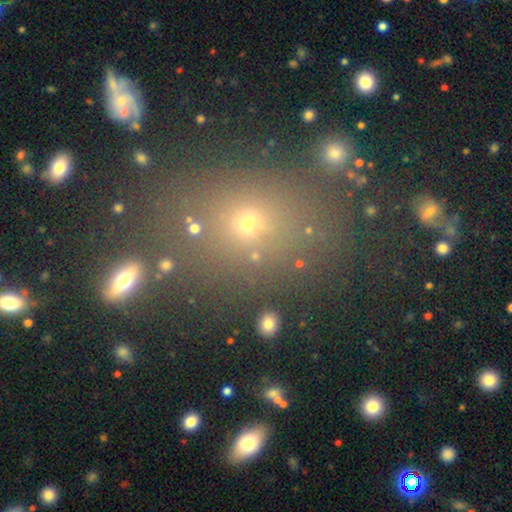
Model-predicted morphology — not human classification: This appears to be a smooth galaxy with no disk features (61%) that is round (55%). Merging: none (75%).